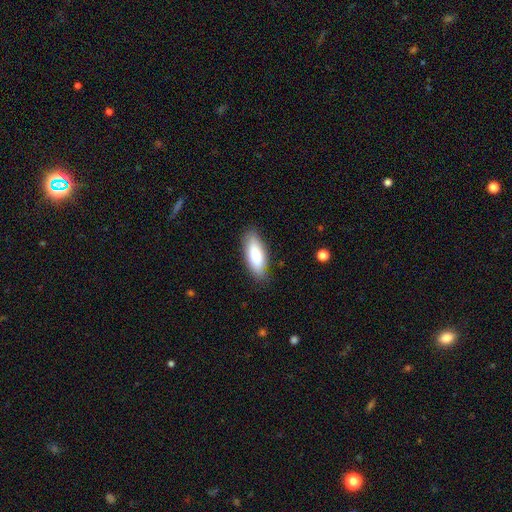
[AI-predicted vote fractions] A smooth galaxy with no disk features (80%) that is in between round and cigar-shaped (73%).

Vote fractions:
- Smooth or featured? smooth: 80% / featured or disk: 14% / star or artifact: 6%
- How rounded? in between: 73% / cigar-shaped: 25% / round: 2%
- Merging? none: 84% / minor disturbance: 12% / major disturbance: 3% / merger: 1%